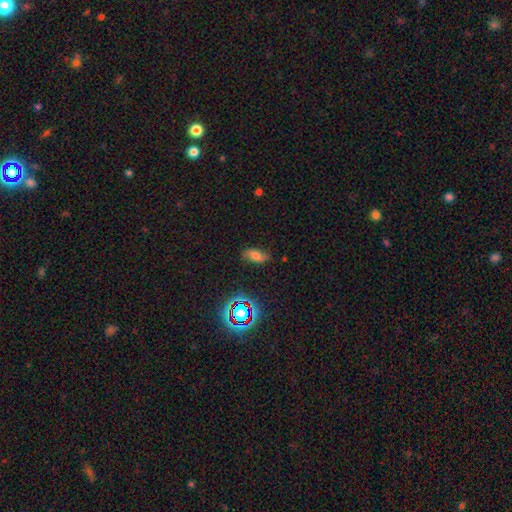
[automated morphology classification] Smooth or featured? Predicted: smooth (p=0.46). Merging? Predicted: none (p=0.72).